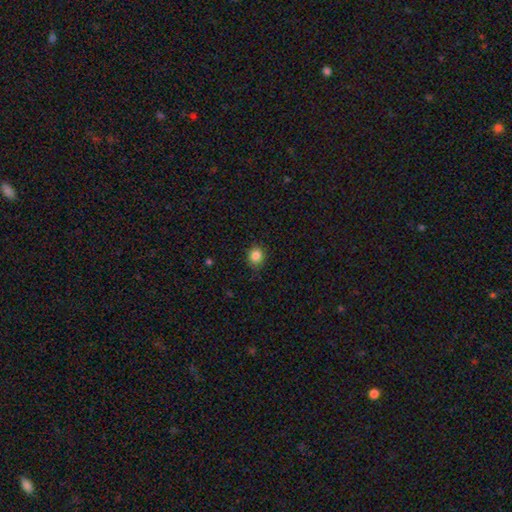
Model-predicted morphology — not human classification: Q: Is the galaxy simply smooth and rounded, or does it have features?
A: smooth — 85%.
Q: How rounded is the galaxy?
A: round — 75%.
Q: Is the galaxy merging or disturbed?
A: none — 85%.